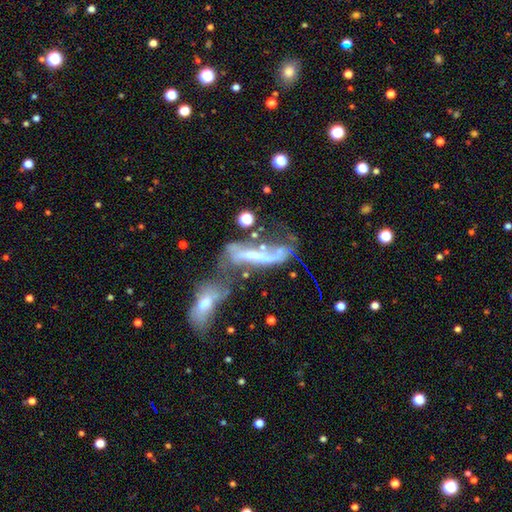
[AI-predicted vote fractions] smooth_or_featured: featured or disk (p=0.68) [alt: smooth p=0.21]
disk_edge_on: no (p=0.76) [alt: yes p=0.24]
bar: no (p=0.44) [alt: strong p=0.30]
has_spiral_arms: yes (p=0.57) [alt: no p=0.43]
bulge_size: small (p=0.42) [alt: moderate p=0.31]
merging: merger (p=0.58) [alt: major disturbance p=0.21]